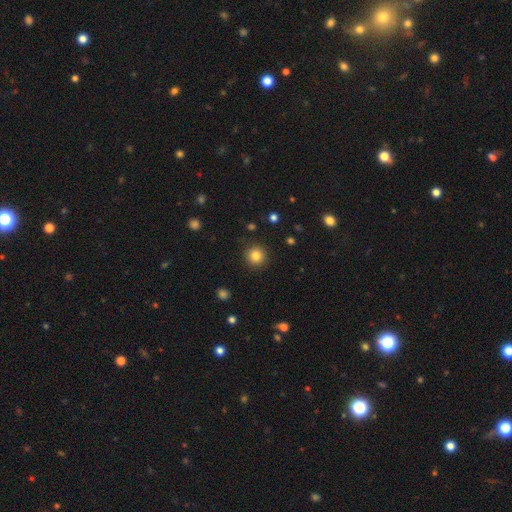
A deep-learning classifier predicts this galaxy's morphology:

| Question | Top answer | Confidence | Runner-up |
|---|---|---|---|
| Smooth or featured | smooth | 84% | star or artifact (11%) |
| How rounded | round | 95% | in between (4%) |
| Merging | none | 91% | minor disturbance (6%) |